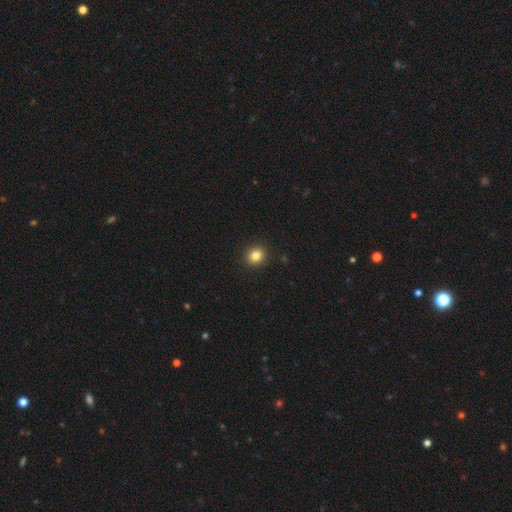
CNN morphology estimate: Q: Smooth or featured?
A: smooth (84%); runner-up: star or artifact (11%)
Q: How rounded?
A: round (83%); runner-up: in between (16%)
Q: Merging?
A: none (92%); runner-up: minor disturbance (5%)